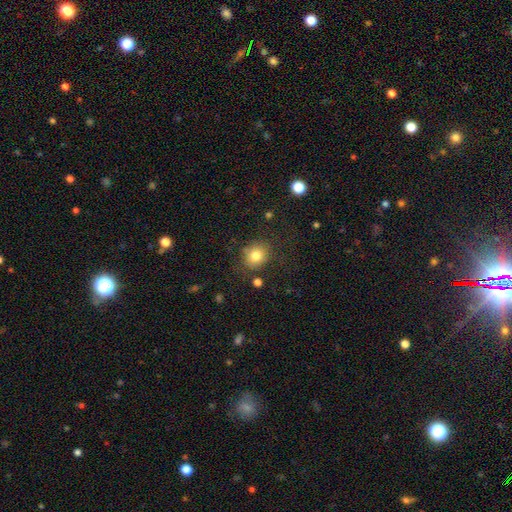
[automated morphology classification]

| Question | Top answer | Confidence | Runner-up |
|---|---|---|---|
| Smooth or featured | smooth | 80% | star or artifact (11%) |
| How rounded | round | 70% | in between (30%) |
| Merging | none | 78% | minor disturbance (14%) |